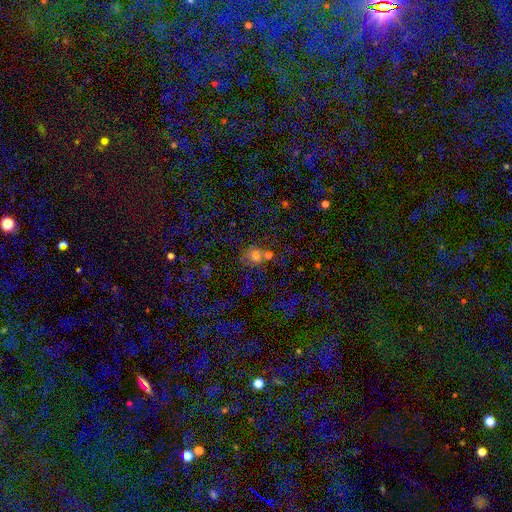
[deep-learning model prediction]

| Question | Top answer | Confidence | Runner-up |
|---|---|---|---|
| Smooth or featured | smooth | 67% | star or artifact (18%) |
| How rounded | round | 77% | in between (22%) |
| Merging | none | 48% | merger (30%) |